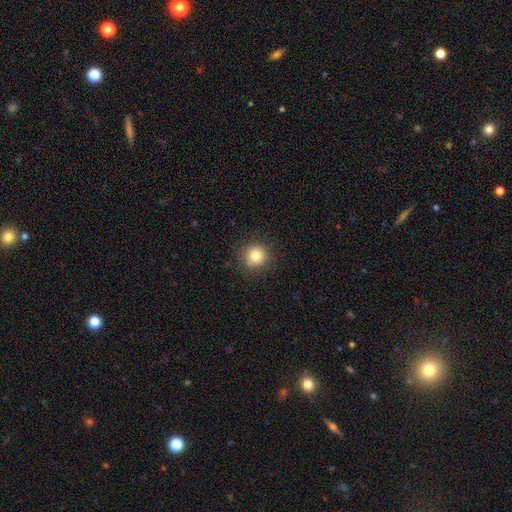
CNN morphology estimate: A smooth galaxy with no disk features (82%) that is round (93%). Merging: none (89%).